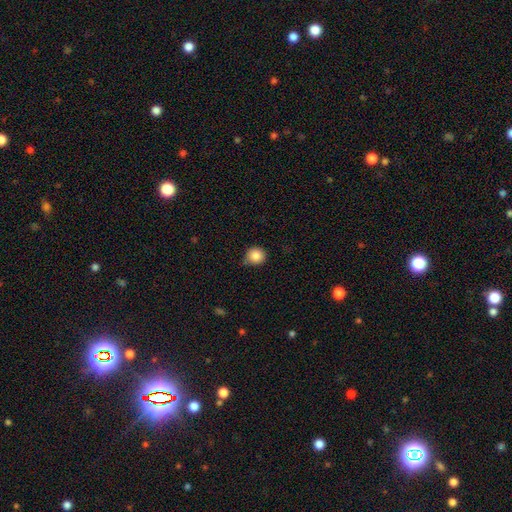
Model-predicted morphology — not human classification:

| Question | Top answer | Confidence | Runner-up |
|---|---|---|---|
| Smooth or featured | smooth | 86% | star or artifact (10%) |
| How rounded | round | 91% | in between (8%) |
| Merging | none | 75% | minor disturbance (20%) |